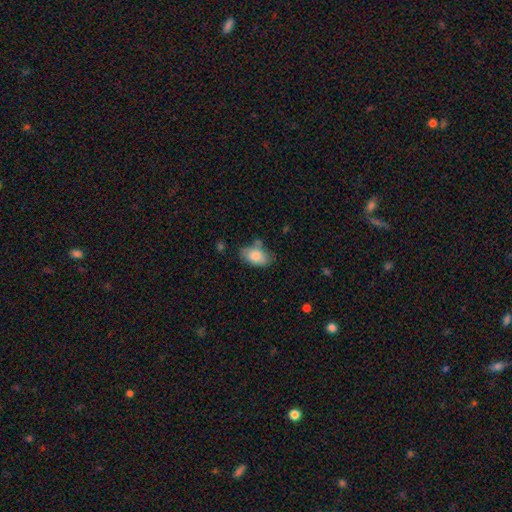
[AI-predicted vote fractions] This appears to be a smooth galaxy with no disk features (82%) that is in between round and cigar-shaped (90%). Merging: none (58%).